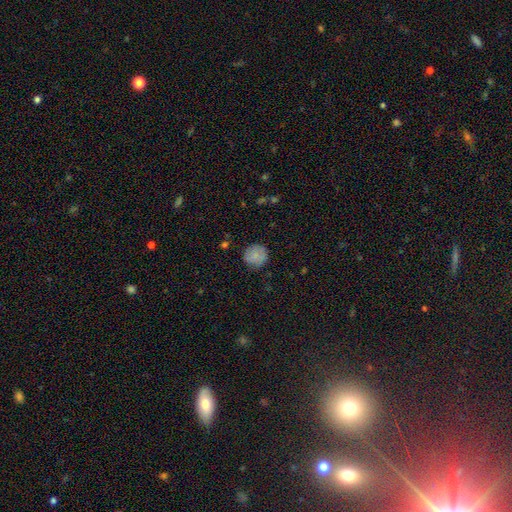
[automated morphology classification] smooth 79%, featured or disk 12%, star or artifact 8%. Down the decision tree: how rounded — round (91%); merging — none (80%).